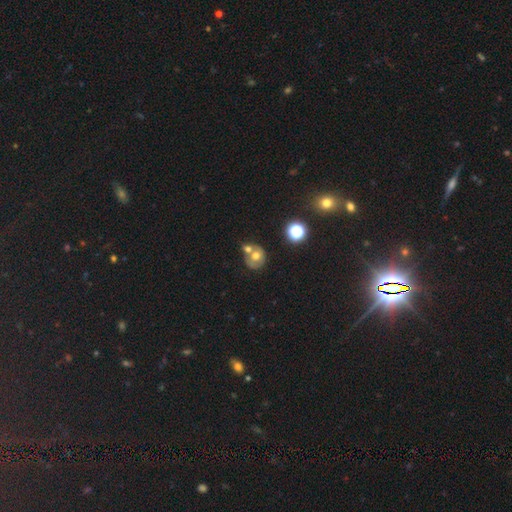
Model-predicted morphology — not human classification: Smooth or featured? Predicted: smooth (p=0.54). How rounded? Predicted: round (p=0.74). Merging? Predicted: merger (p=0.50).